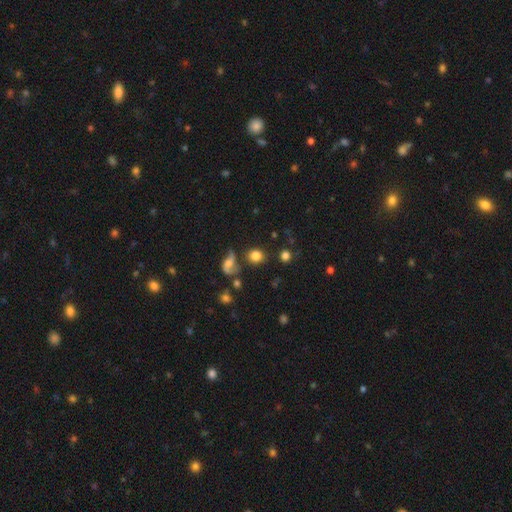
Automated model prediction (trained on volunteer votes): Q: Smooth or featured?
A: smooth (80%); runner-up: featured or disk (10%)
Q: How rounded?
A: round (80%); runner-up: in between (18%)
Q: Merging?
A: none (74%); runner-up: minor disturbance (11%)